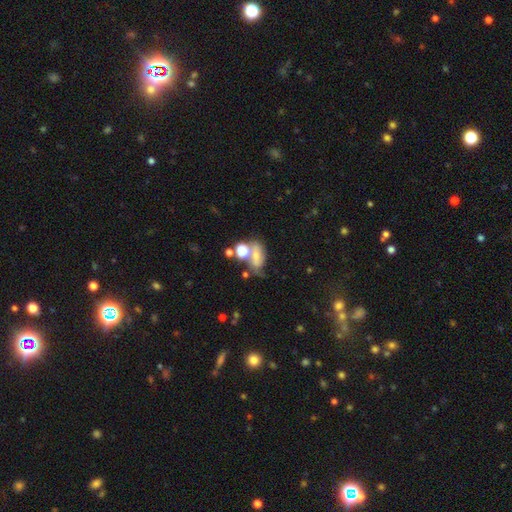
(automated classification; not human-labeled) Q: Smooth or featured?
A: smooth (52%); runner-up: featured or disk (30%)
Q: How rounded?
A: in between (74%); runner-up: round (21%)
Q: Merging?
A: none (34%); runner-up: merger (29%)